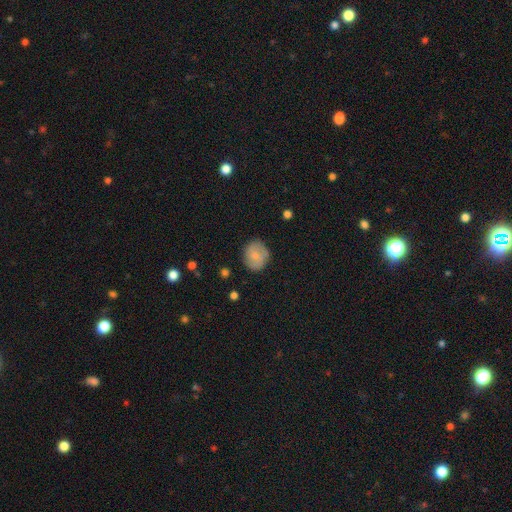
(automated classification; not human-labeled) smooth_or_featured: smooth (p=0.69) [alt: featured or disk p=0.24]
how_rounded: round (p=0.73) [alt: in between p=0.26]
merging: none (p=0.78) [alt: minor disturbance p=0.16]